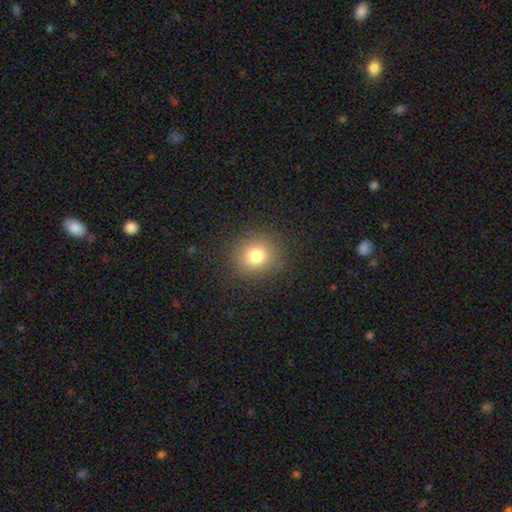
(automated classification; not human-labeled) Smooth or featured: smooth — 79% (star or artifact — 13%)
How rounded: round — 86% (in between — 13%)
Merging: none — 88% (minor disturbance — 7%)